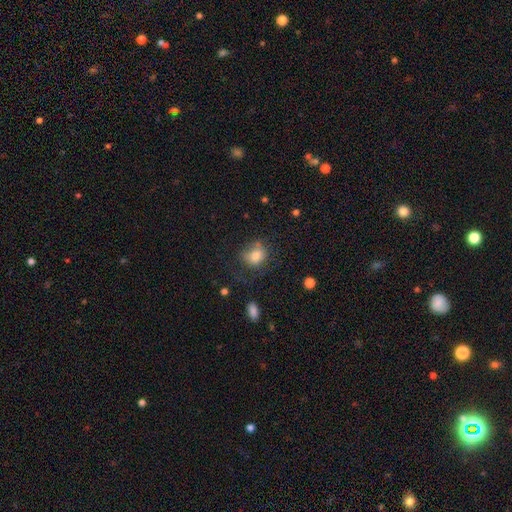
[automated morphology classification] Q: Smooth or featured?
A: smooth (78%); runner-up: featured or disk (12%)
Q: How rounded?
A: round (60%); runner-up: in between (39%)
Q: Merging?
A: none (52%); runner-up: minor disturbance (26%)